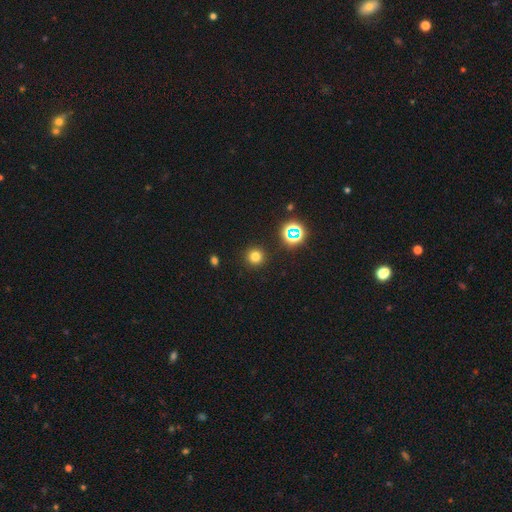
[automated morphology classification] Q: Smooth or featured?
A: smooth (75%); runner-up: star or artifact (19%)
Q: How rounded?
A: round (95%); runner-up: in between (4%)
Q: Merging?
A: none (91%); runner-up: minor disturbance (5%)